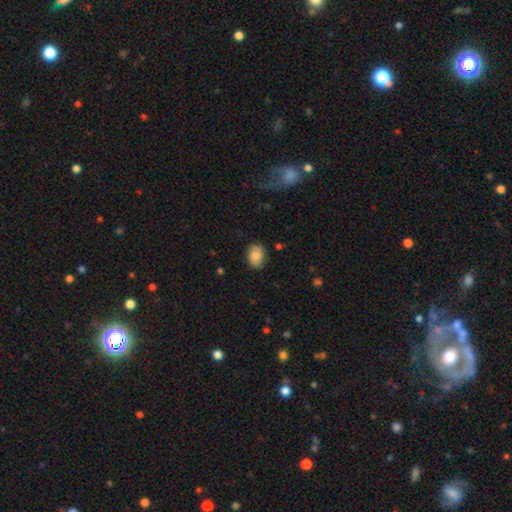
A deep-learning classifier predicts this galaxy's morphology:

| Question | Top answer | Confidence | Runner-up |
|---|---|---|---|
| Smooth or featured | smooth | 80% | featured or disk (13%) |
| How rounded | in between | 70% | round (29%) |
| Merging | none | 81% | minor disturbance (15%) |